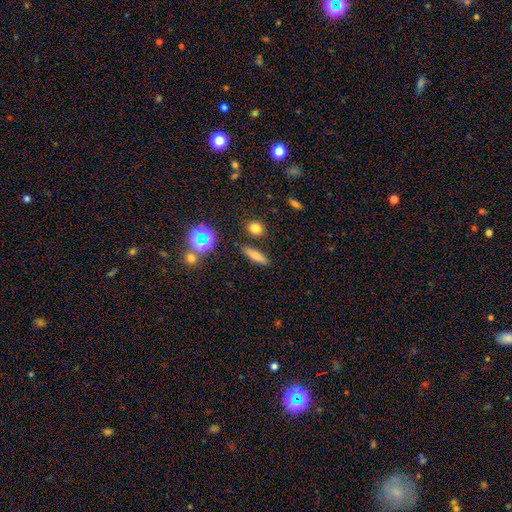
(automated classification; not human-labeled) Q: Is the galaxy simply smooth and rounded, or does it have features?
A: smooth — 71%.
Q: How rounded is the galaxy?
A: cigar-shaped — 60%.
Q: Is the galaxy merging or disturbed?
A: none — 83%.